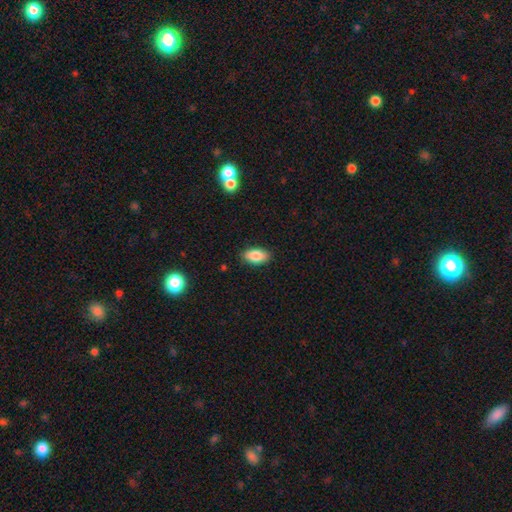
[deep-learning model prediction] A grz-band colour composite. It shows a smooth galaxy with no disk features (85%) that is in between round and cigar-shaped (91%). Merging: none (88%).